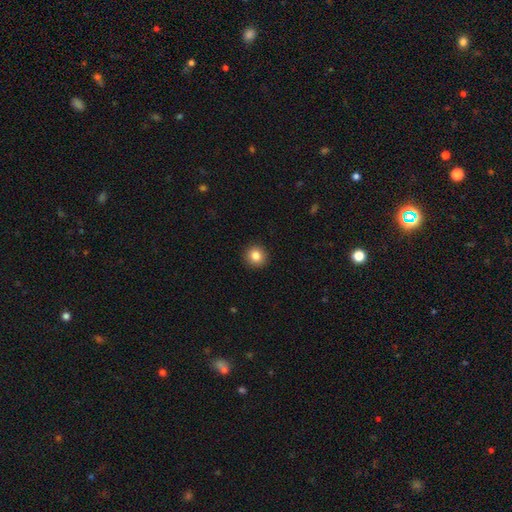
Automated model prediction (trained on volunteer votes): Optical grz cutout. It shows a smooth galaxy with no disk features (84%) that is round (92%). Merging: none (92%).